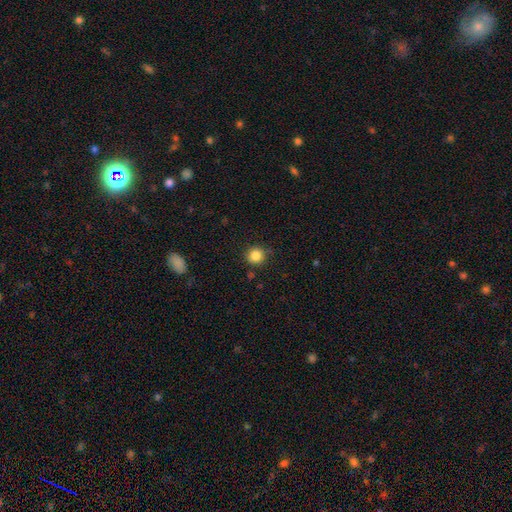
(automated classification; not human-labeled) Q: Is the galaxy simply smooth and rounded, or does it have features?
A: smooth — 84%.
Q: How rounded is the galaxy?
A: round — 93%.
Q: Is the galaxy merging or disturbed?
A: none — 87%.